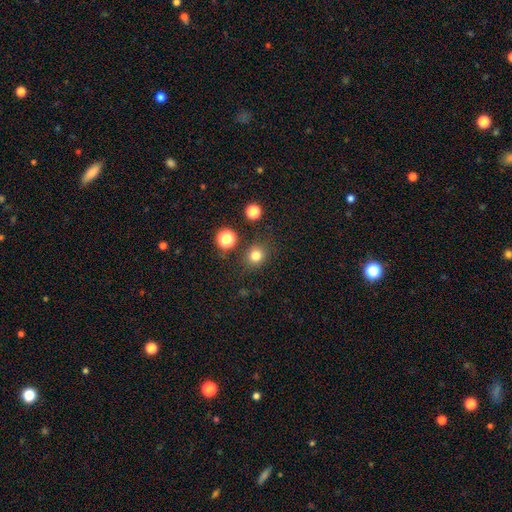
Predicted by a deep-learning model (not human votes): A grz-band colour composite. It shows a smooth galaxy with no disk features (79%) that is round (77%). Merging: none (83%).